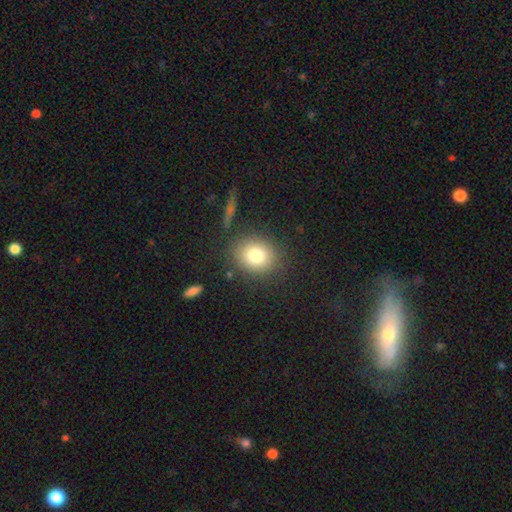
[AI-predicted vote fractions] smooth-or-featured: smooth: 80% | star or artifact: 11% | featured or disk: 9%
  how-rounded: round: 67% | in between: 32% | cigar-shaped: 1%
  merging: none: 84% | minor disturbance: 9% | major disturbance: 4% | merger: 3%